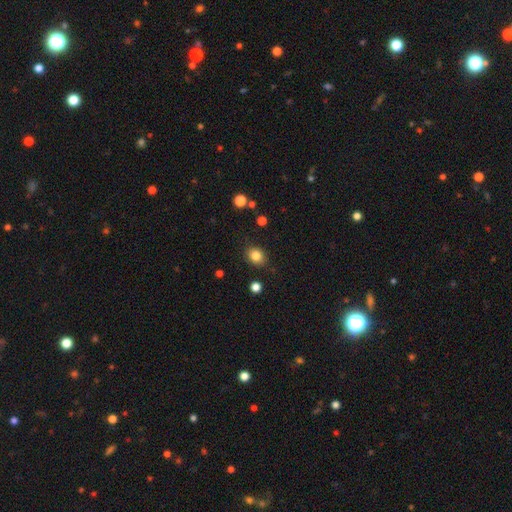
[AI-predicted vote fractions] Morphology: type=smooth (83%); roundness=round (62%); merging=none (85%).